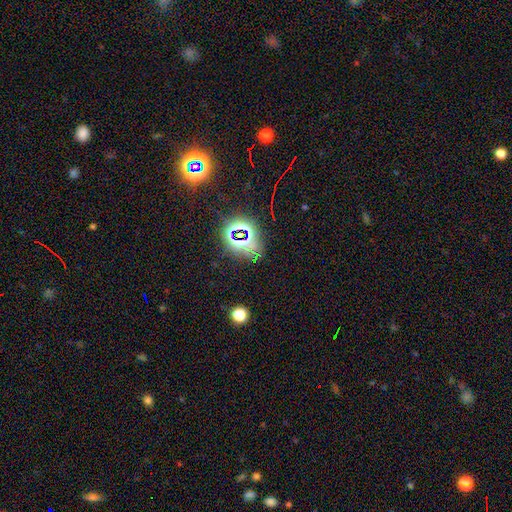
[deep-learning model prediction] This is likely a star or artifact rather than a galaxy (73%).